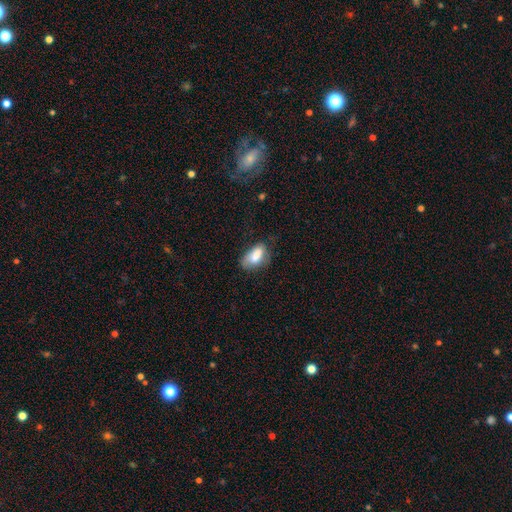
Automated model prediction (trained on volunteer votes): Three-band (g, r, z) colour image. It shows a smooth galaxy with no disk features (79%) that is in between round and cigar-shaped (90%). Merging: none (50%).